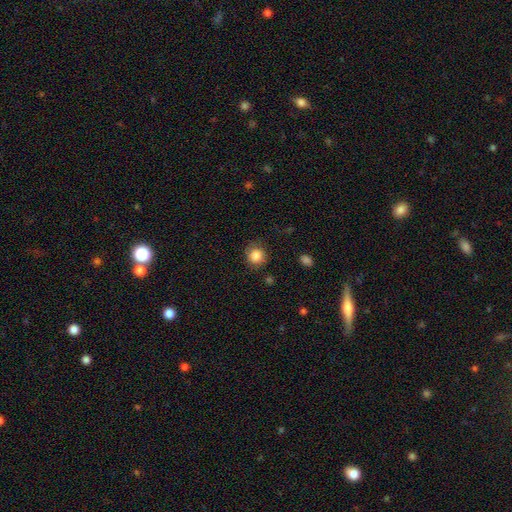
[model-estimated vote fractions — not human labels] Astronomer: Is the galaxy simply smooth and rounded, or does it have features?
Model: smooth — 84%.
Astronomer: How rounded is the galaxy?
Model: round — 86%.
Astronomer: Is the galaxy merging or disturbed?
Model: none — 81%.